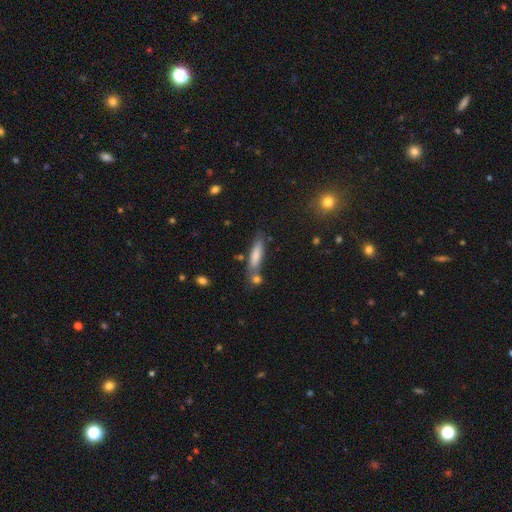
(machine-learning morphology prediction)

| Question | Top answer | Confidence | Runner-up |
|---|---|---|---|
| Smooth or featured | smooth | 75% | featured or disk (18%) |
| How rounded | cigar-shaped | 70% | in between (28%) |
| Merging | none | 62% | merger (17%) |